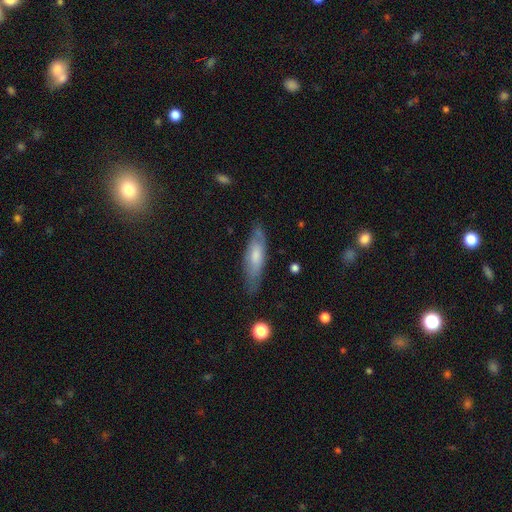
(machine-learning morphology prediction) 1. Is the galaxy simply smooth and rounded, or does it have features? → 53% smooth, 41% featured or disk, 6% star or artifact.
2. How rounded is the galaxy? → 54% cigar-shaped, 45% in between, 2% round.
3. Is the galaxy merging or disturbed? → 74% none, 20% minor disturbance, 5% major disturbance, 2% merger.